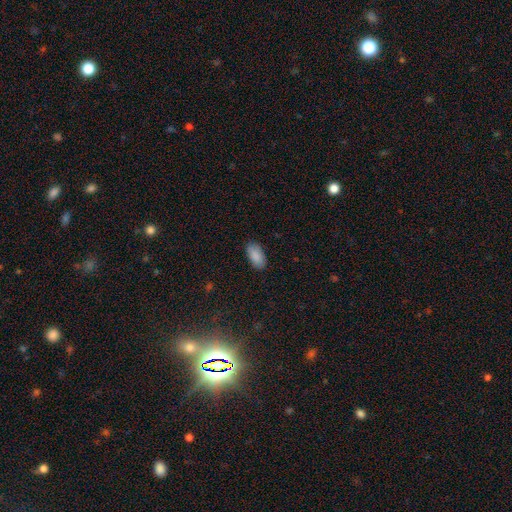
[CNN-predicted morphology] Smooth or featured? smooth (89%)
How rounded? in between (94%)
Merging? none (86%)